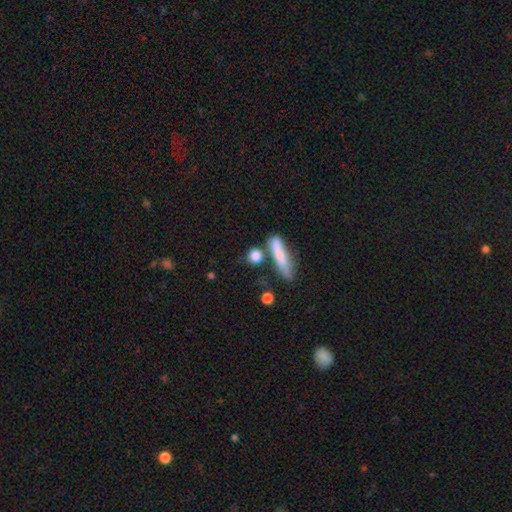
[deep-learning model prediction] A smooth galaxy with no disk features (82%) that is round (63%).

Vote fractions:
- Smooth or featured? smooth: 82% / featured or disk: 9% / star or artifact: 8%
- How rounded? round: 63% / cigar-shaped: 21% / in between: 16%
- Merging? none: 70% / merger: 13% / minor disturbance: 13% / major disturbance: 5%